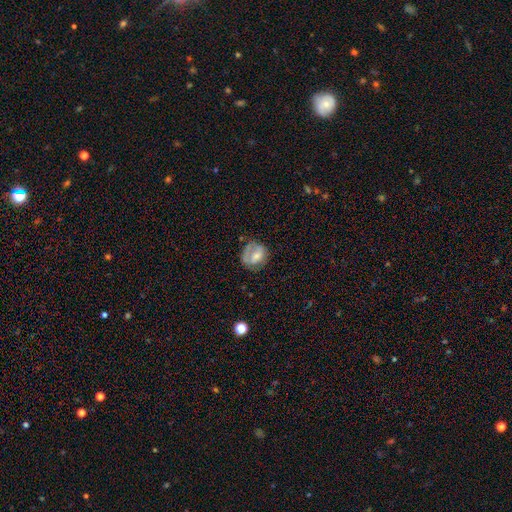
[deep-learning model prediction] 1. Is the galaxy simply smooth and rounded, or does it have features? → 50% smooth, 42% featured or disk, 8% star or artifact.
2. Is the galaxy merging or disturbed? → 52% none, 26% minor disturbance, 20% major disturbance, 2% merger.